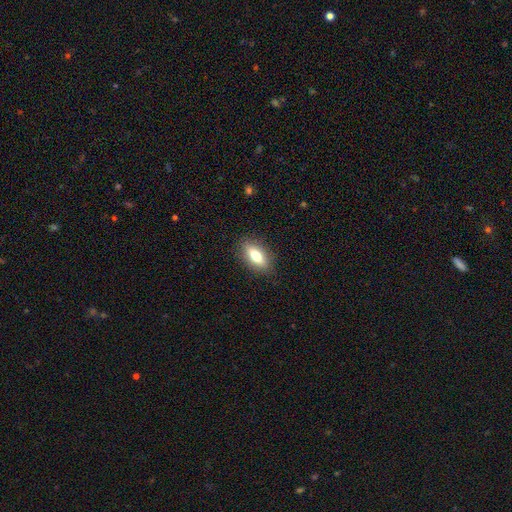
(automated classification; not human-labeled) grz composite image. It shows a smooth galaxy with no disk features (69%) that is in between round and cigar-shaped (78%). Merging: none (87%).